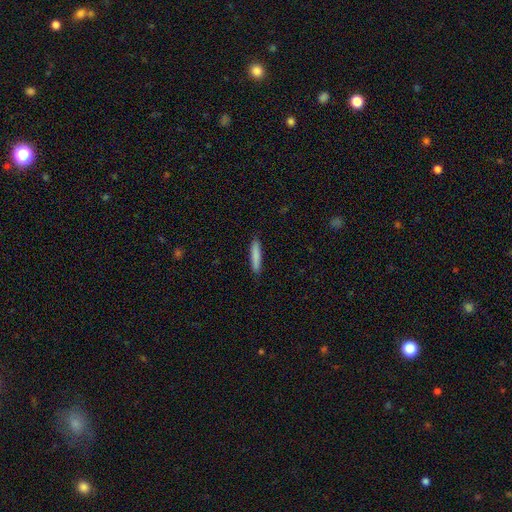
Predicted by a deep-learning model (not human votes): A smooth galaxy with no disk features (84%) that is cigar-shaped (90%).

Vote fractions:
- Smooth or featured? smooth: 84% / featured or disk: 10% / star or artifact: 6%
- How rounded? cigar-shaped: 90% / in between: 9% / round: 1%
- Merging? none: 89% / minor disturbance: 8% / major disturbance: 2% / merger: 1%